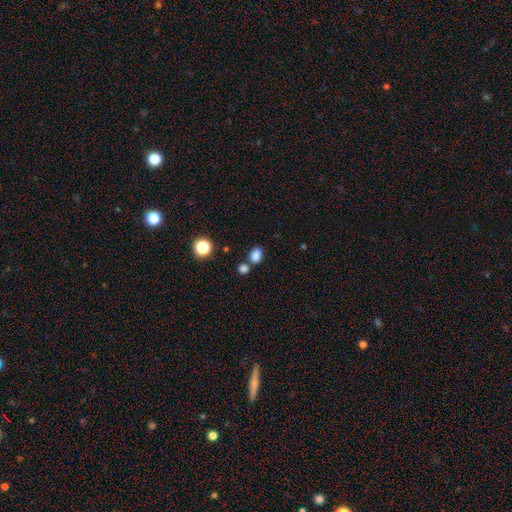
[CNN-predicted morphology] A smooth galaxy with no disk features (83%) that is in between round and cigar-shaped (70%). Merging: none (63%).